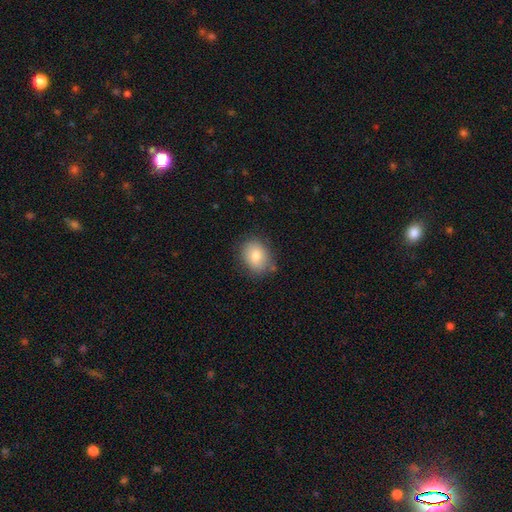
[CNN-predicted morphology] Overall: smooth (80%). How rounded: in between (52%; round 47%). Merging: none (79%).